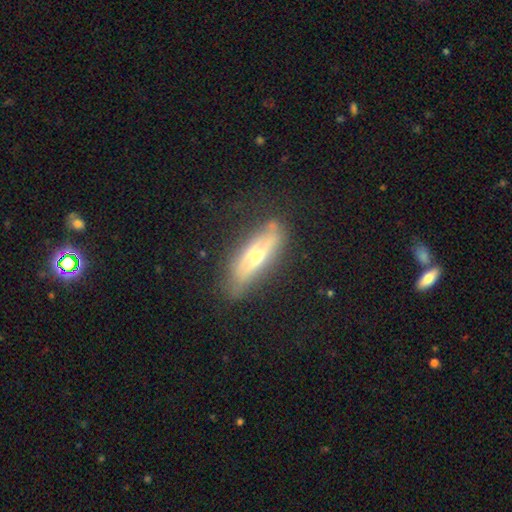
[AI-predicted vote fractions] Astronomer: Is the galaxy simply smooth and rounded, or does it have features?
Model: featured or disk — 64%.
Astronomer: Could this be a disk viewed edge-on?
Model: yes — 72%.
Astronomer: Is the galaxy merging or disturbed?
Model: none — 73%.